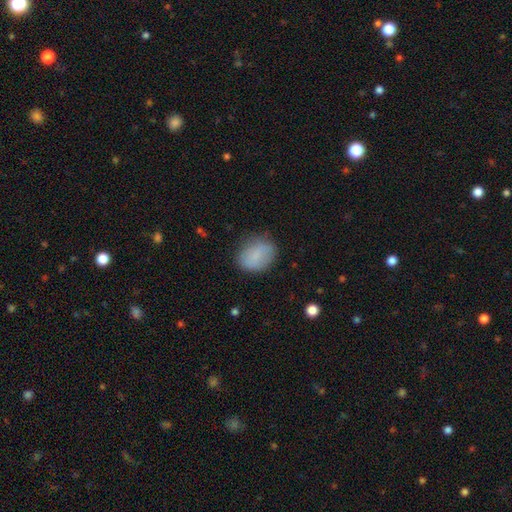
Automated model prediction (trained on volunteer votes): Q: Smooth or featured?
A: smooth (81%); runner-up: featured or disk (11%)
Q: How rounded?
A: in between (60%); runner-up: round (38%)
Q: Merging?
A: none (75%); runner-up: minor disturbance (18%)